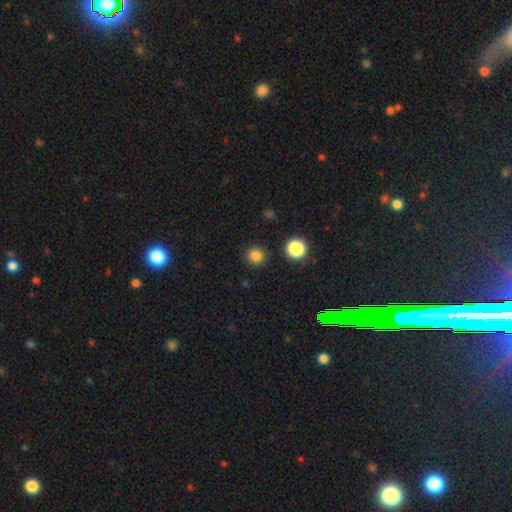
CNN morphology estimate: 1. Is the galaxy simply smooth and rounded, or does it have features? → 82% smooth, 14% star or artifact, 4% featured or disk.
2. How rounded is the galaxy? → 93% round, 6% in between, 1% cigar-shaped.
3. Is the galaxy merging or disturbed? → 91% none, 5% minor disturbance, 2% major disturbance, 2% merger.